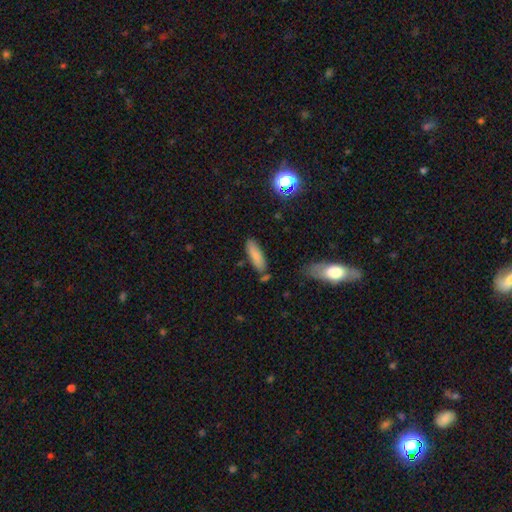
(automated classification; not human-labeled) Overall: smooth (81%). How rounded: cigar-shaped (50%; in between 48%). Merging: none (76%).